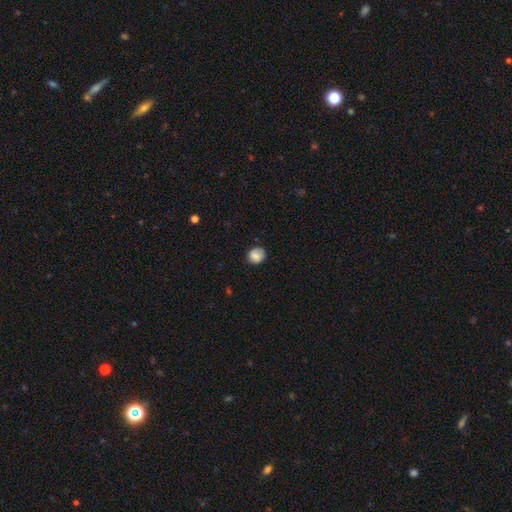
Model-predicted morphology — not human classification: This appears to be a smooth galaxy with no disk features (84%) that is round (82%). Merging: none (75%).